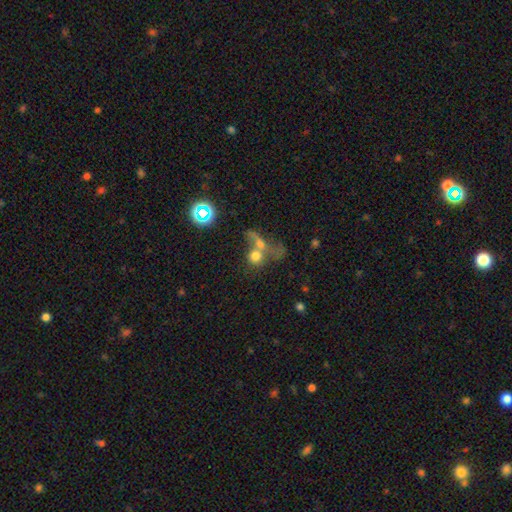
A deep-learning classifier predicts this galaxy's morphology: The model was most divided on "merging": merger: 62%, none: 21%, major disturbance: 10%, minor disturbance: 7%. More confident: how rounded — round (75%); smooth or featured — smooth (63%).